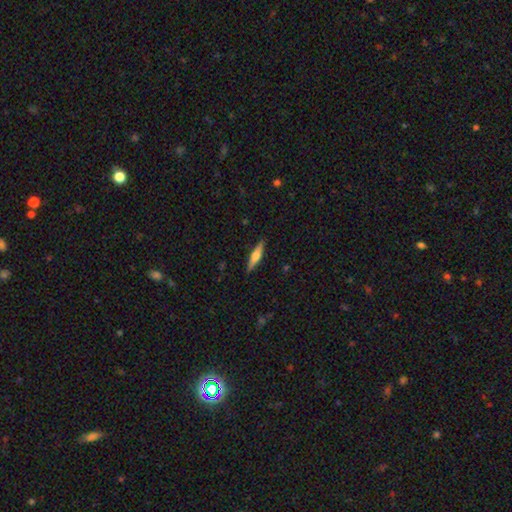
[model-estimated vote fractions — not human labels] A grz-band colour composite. It shows a featured or disk galaxy (55%) viewed edge-on (96%) with a rounded central bulge (90%). Merging: none (90%).